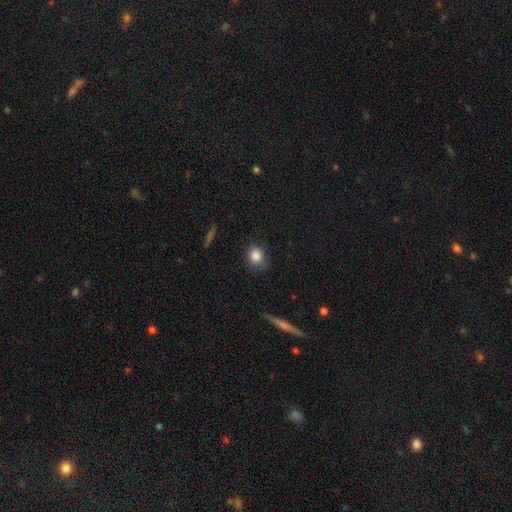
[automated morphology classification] The model was most divided on "how rounded": round: 77%, in between: 22%, cigar-shaped: 1%. More confident: smooth or featured — smooth (85%); merging — none (75%).